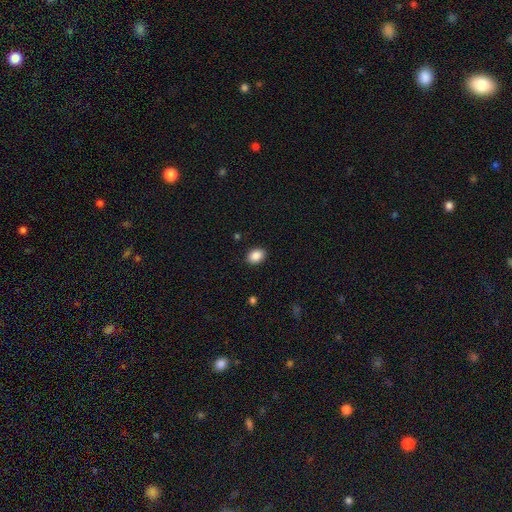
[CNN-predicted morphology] A smooth galaxy with no disk features (89%) that is in between round and cigar-shaped (75%). Merging: none (89%).